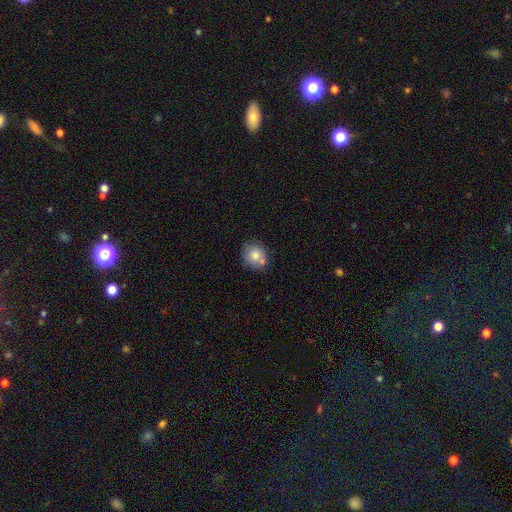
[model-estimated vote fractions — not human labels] smooth_or_featured: smooth (p=0.76) [alt: featured or disk p=0.15]
how_rounded: round (p=0.73) [alt: in between p=0.26]
merging: none (p=0.62) [alt: merger p=0.18]